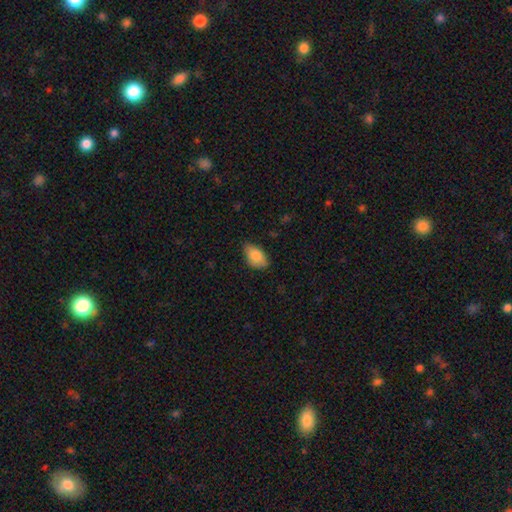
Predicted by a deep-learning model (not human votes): smooth_or_featured: smooth (p=0.81) [alt: featured or disk p=0.12]
how_rounded: in between (p=0.91) [alt: round p=0.08]
merging: none (p=0.70) [alt: minor disturbance p=0.25]